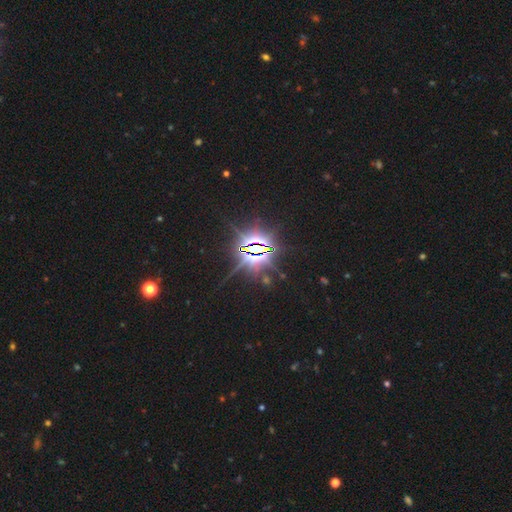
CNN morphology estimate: Q: Smooth or featured?
A: star or artifact (85%); runner-up: featured or disk (8%)